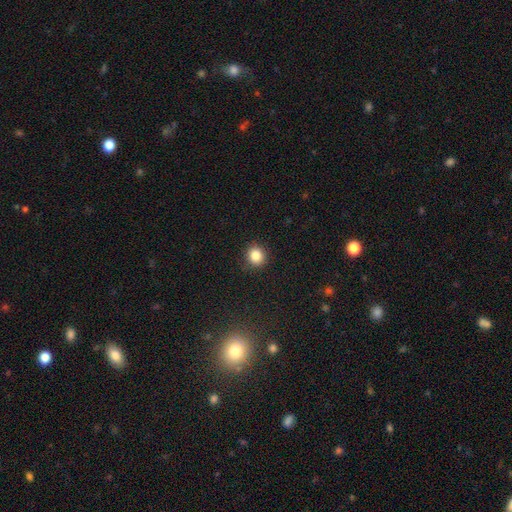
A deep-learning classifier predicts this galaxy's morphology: Smooth or featured? Predicted: smooth (p=0.84). How rounded? Predicted: round (p=0.88). Merging? Predicted: none (p=0.91).